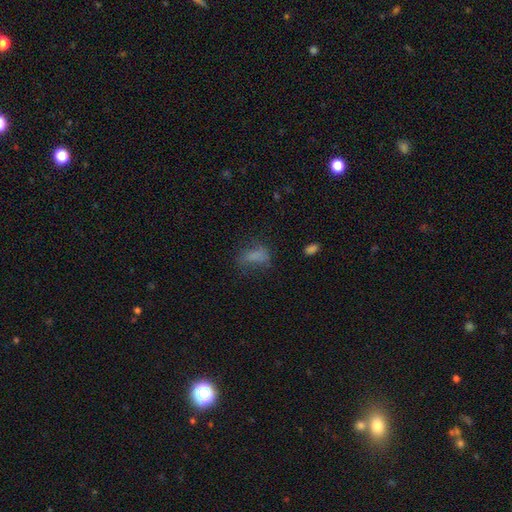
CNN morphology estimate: A smooth galaxy with no disk features (69%) that is in between round and cigar-shaped (79%).

Vote fractions:
- Smooth or featured? smooth: 69% / featured or disk: 16% / star or artifact: 15%
- How rounded? in between: 79% / cigar-shaped: 11% / round: 10%
- Merging? none: 48% / minor disturbance: 25% / major disturbance: 24% / merger: 3%